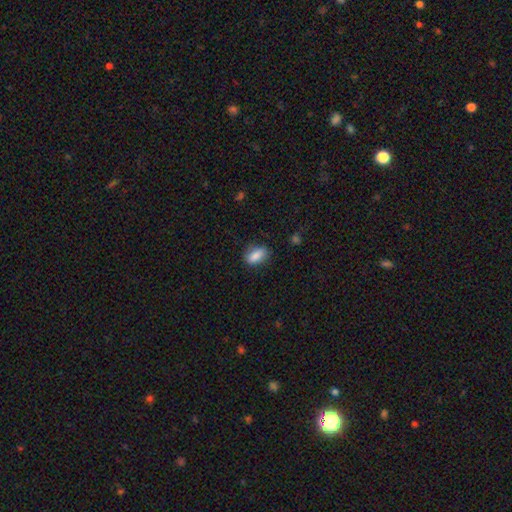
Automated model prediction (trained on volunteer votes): This is clearly a smooth galaxy (85%). How rounded: clearly in between (87%). Merging: likely none (76%).